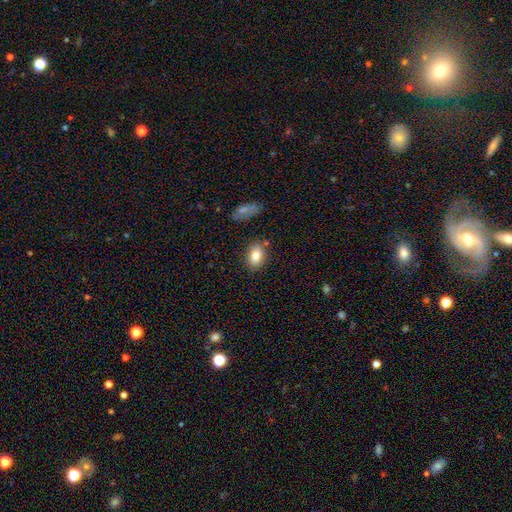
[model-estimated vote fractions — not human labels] Smooth or featured? smooth (82%)
How rounded? in between (80%)
Merging? none (81%)